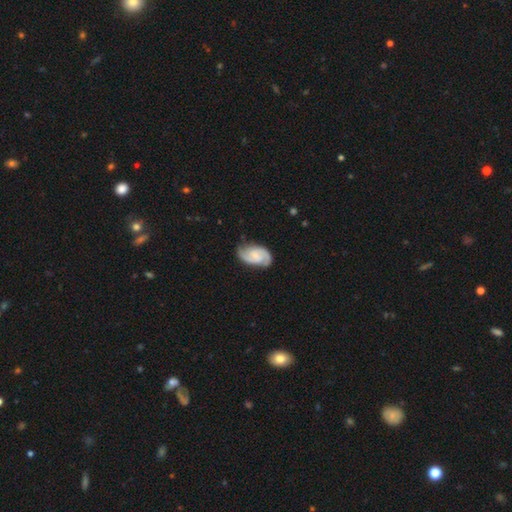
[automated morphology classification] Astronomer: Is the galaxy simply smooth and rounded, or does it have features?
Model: featured or disk — 80%.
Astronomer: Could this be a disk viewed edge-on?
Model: no — 97%.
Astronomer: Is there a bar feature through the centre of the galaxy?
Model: no — 50% (runner-up: weak, 41%).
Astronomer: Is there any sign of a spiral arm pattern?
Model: yes — 97%.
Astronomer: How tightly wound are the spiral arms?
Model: medium — 48% (runner-up: tight, 35%).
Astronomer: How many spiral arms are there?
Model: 2 — 89%.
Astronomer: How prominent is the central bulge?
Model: small — 50%.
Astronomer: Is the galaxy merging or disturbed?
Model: none — 77%.